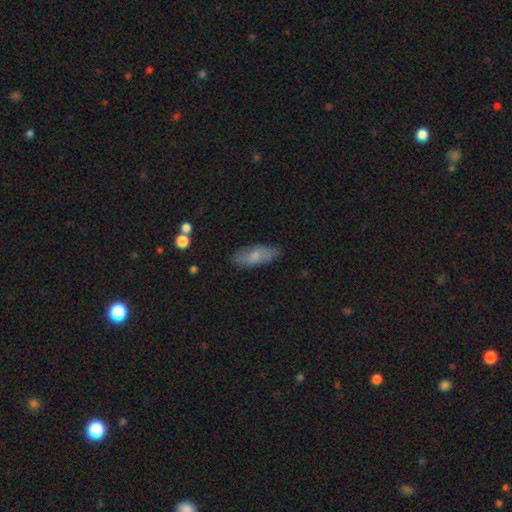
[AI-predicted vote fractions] Smooth or featured?
  - smooth: 69% *
  - featured or disk: 24%
  - star or artifact: 7%
How rounded?
  - in between: 75% *
  - cigar-shaped: 22%
  - round: 3%
Merging?
  - none: 81% *
  - minor disturbance: 14%
  - major disturbance: 3%
  - merger: 1%